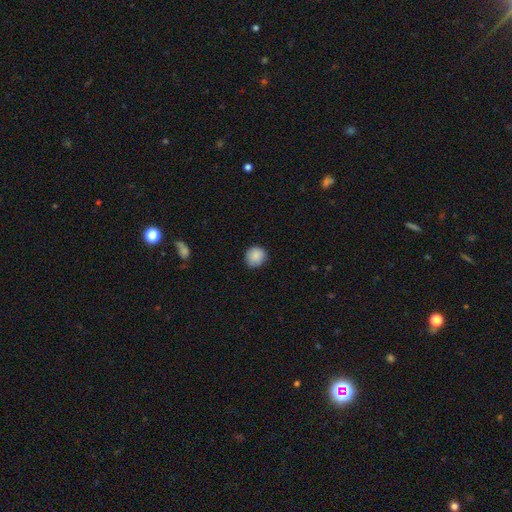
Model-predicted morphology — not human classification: Smooth or featured? Predicted: smooth (p=0.88). How rounded? Predicted: round (p=0.89). Merging? Predicted: none (p=0.86).